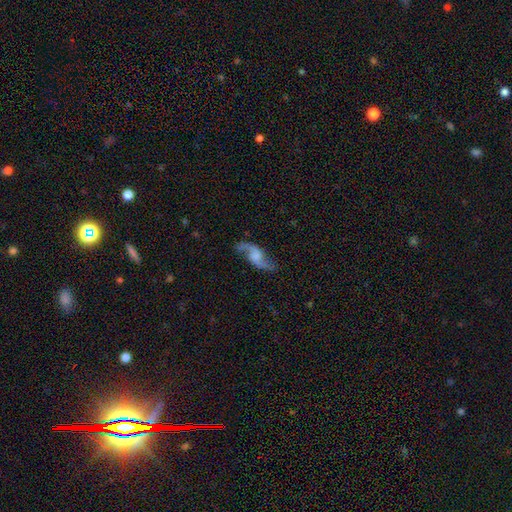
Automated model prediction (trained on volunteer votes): Morphology: type=featured or disk (85%); edge-on=no (95%); bar=no (52%); spiral arms=yes (96%); winding=loose (82%); arm count=2 (93%); bulge=none (46%); merging=none (77%).